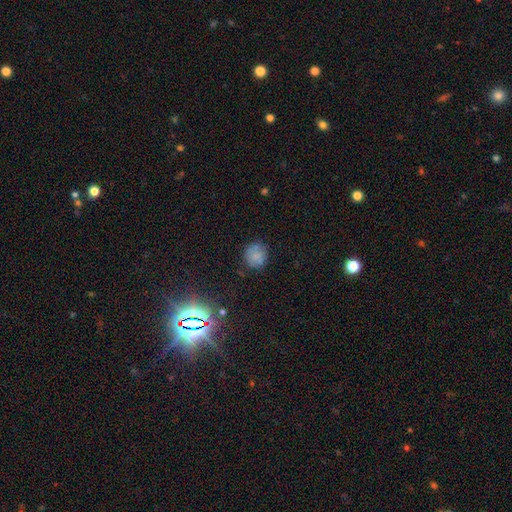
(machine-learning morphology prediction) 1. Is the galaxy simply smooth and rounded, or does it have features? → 69% smooth, 17% featured or disk, 14% star or artifact.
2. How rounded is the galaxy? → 84% round, 15% in between, 1% cigar-shaped.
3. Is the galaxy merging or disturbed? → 68% none, 19% minor disturbance, 6% major disturbance, 6% merger.